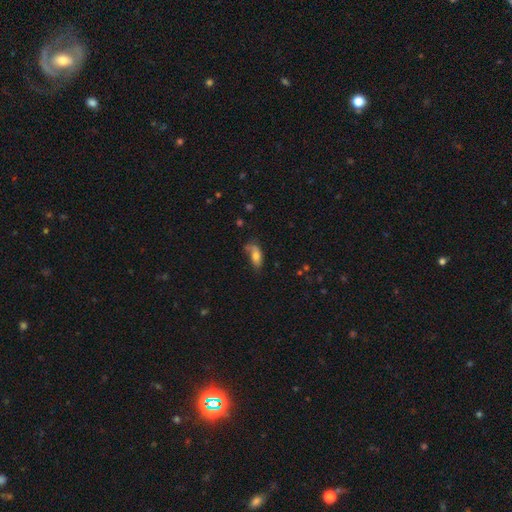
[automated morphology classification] The model was most divided on "merging": none: 42%, minor disturbance: 28%, major disturbance: 15%, merger: 15%. More confident: how rounded — in between (79%); smooth or featured — smooth (68%).